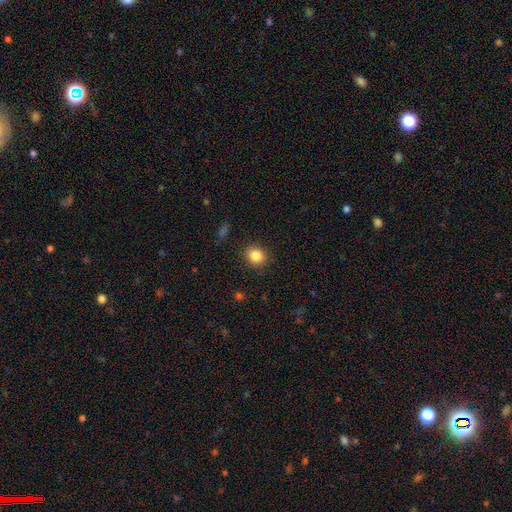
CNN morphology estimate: Q: Smooth or featured?
A: smooth (85%); runner-up: star or artifact (10%)
Q: How rounded?
A: round (72%); runner-up: in between (27%)
Q: Merging?
A: none (89%); runner-up: minor disturbance (8%)